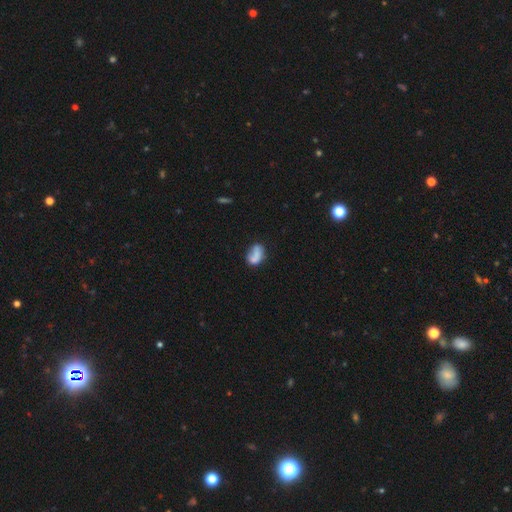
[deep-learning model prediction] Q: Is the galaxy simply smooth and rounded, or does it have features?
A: smooth — 67%.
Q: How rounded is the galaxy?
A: in between — 82%.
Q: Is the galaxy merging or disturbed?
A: none — 43%.